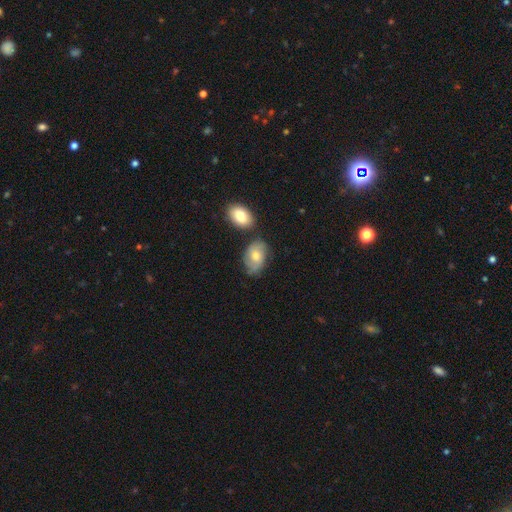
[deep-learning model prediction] smooth_or_featured: smooth (p=0.53) [alt: featured or disk p=0.40]
how_rounded: in between (p=0.82) [alt: round p=0.17]
merging: none (p=0.56) [alt: minor disturbance p=0.23]